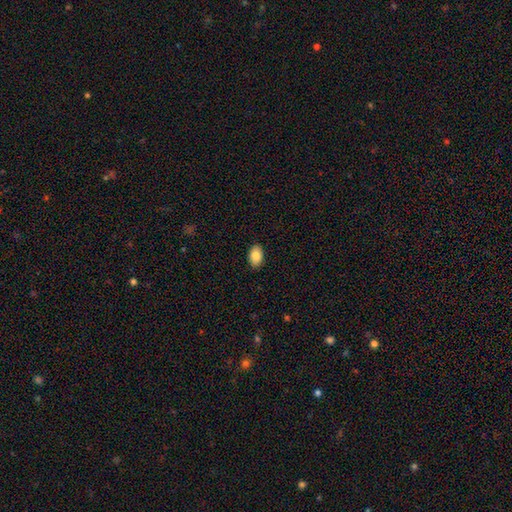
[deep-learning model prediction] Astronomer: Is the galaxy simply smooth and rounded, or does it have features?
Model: smooth — 85%.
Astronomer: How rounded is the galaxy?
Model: in between — 91%.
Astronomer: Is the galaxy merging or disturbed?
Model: none — 89%.